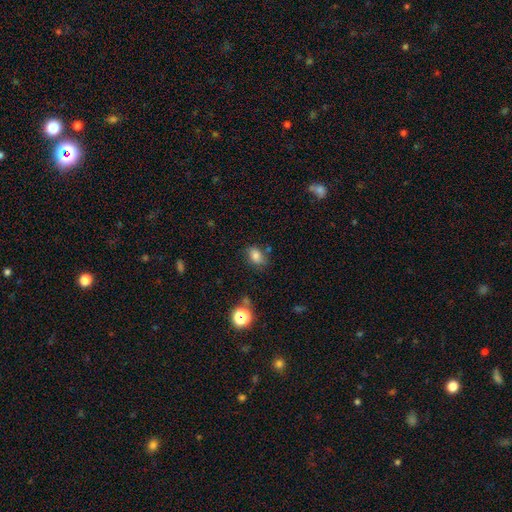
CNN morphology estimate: A smooth galaxy with no disk features (75%) that is in between round and cigar-shaped (74%). Merging: none (69%).